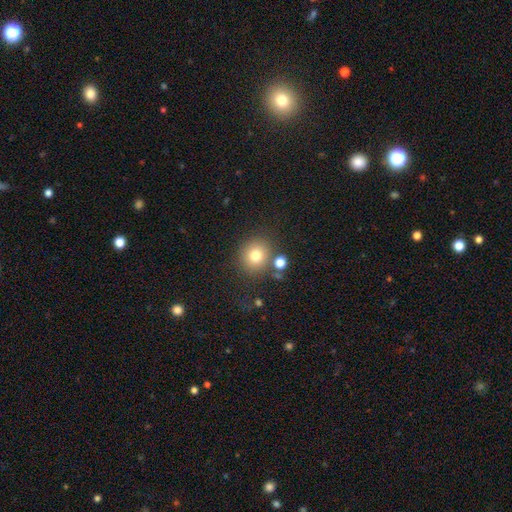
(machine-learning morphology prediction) smooth_or_featured: smooth (p=0.76) [alt: star or artifact p=0.14]
how_rounded: round (p=0.87) [alt: in between p=0.12]
merging: none (p=0.76) [alt: minor disturbance p=0.10]